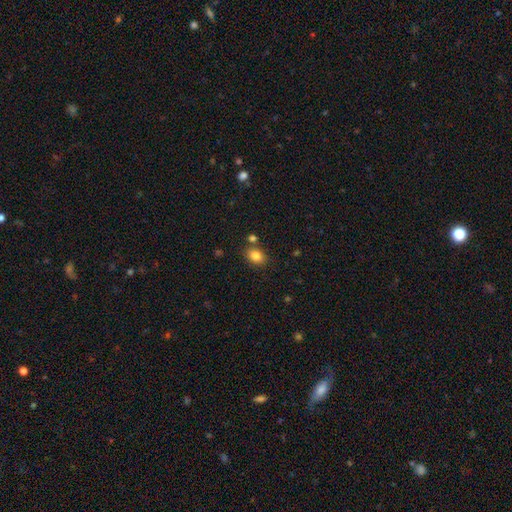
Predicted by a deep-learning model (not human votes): smooth_or_featured: smooth (p=0.83) [alt: star or artifact p=0.10]
how_rounded: in between (p=0.64) [alt: round p=0.35]
merging: none (p=0.76) [alt: minor disturbance p=0.11]